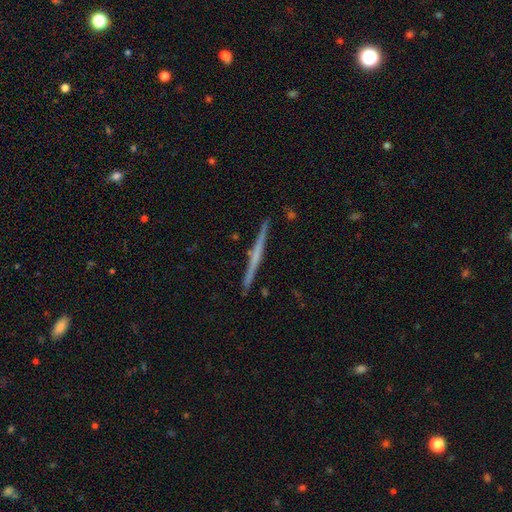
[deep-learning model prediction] Q: Smooth or featured?
A: featured or disk (66%); runner-up: smooth (29%)
Q: Edge-on disk?
A: yes (98%); runner-up: no (2%)
Q: Edge-on bulge?
A: none (72%); runner-up: rounded (19%)
Q: Merging?
A: none (92%); runner-up: minor disturbance (5%)